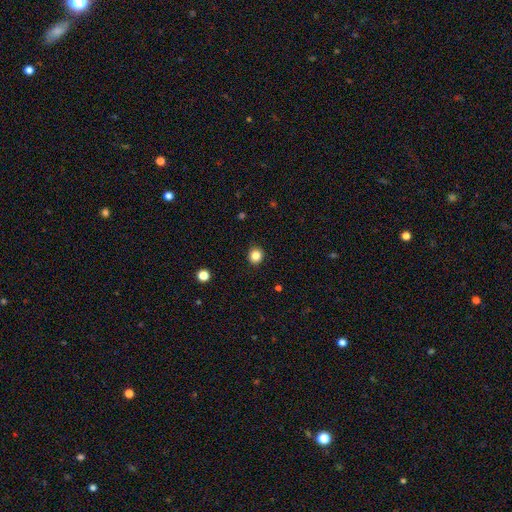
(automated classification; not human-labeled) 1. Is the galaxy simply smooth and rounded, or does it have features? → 84% smooth, 11% star or artifact, 5% featured or disk.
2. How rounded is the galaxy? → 87% round, 12% in between, 1% cigar-shaped.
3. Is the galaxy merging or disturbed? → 91% none, 6% minor disturbance, 2% major disturbance, 1% merger.